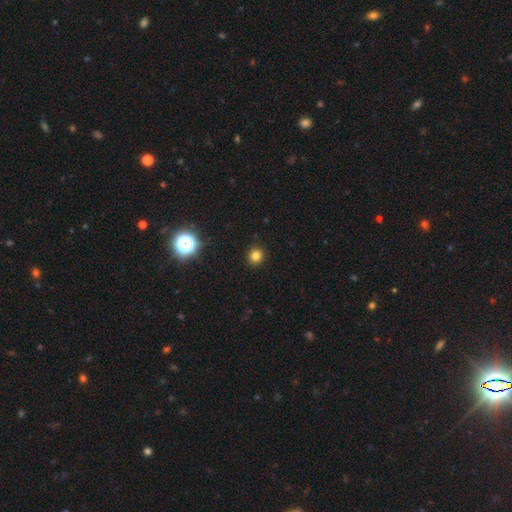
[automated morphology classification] A smooth galaxy with no disk features (79%) that is round (91%). Merging: none (92%).